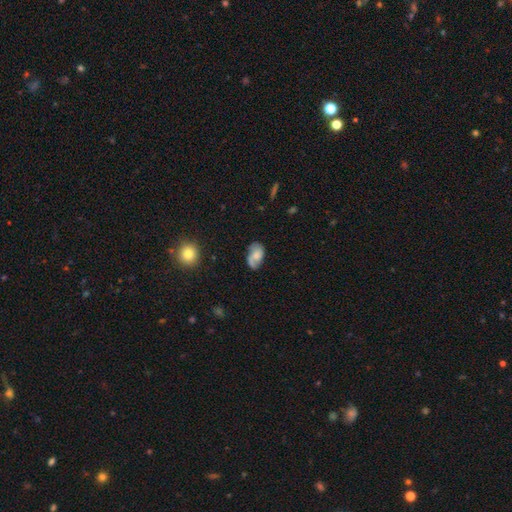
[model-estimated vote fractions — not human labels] A featured or disk galaxy (47%). Merging: none (60%).